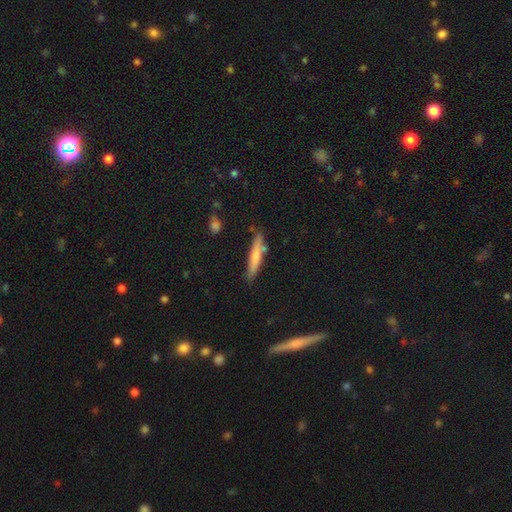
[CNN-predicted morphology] A smooth galaxy with no disk features (68%) that is cigar-shaped (89%).

Vote fractions:
- Smooth or featured? smooth: 68% / featured or disk: 26% / star or artifact: 6%
- How rounded? cigar-shaped: 89% / in between: 10% / round: 2%
- Merging? none: 76% / minor disturbance: 15% / merger: 5% / major disturbance: 3%